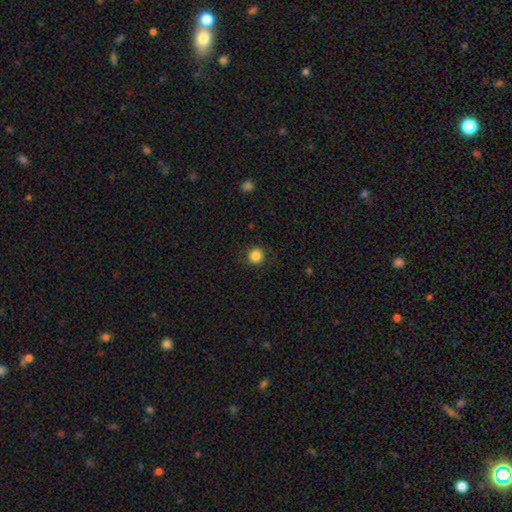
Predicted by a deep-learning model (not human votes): Overall: smooth (85%). How rounded: round (95%). Merging: none (90%).